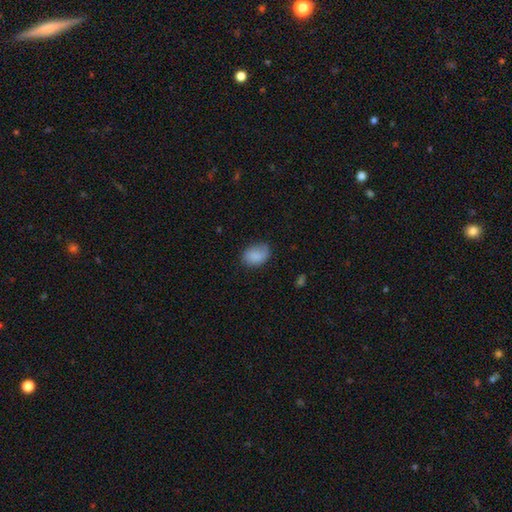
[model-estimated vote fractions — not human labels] smooth_or_featured: smooth (p=0.86) [alt: star or artifact p=0.08]
how_rounded: in between (p=0.76) [alt: round p=0.23]
merging: none (p=0.69) [alt: minor disturbance p=0.24]